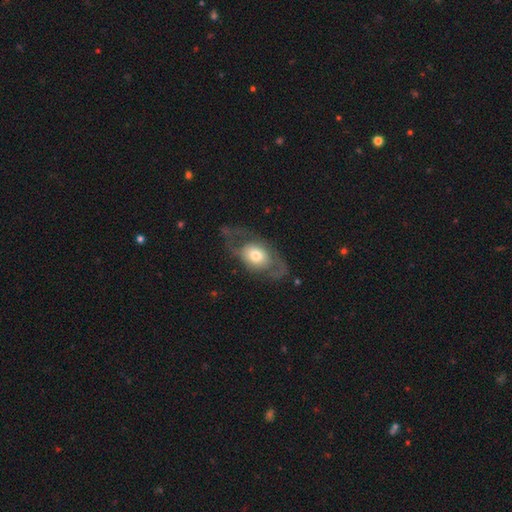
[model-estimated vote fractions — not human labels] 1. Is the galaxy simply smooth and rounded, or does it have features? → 50% featured or disk, 44% smooth, 6% star or artifact.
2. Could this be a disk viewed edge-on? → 88% no, 12% yes.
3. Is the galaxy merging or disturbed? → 51% none, 27% major disturbance, 20% minor disturbance, 2% merger.